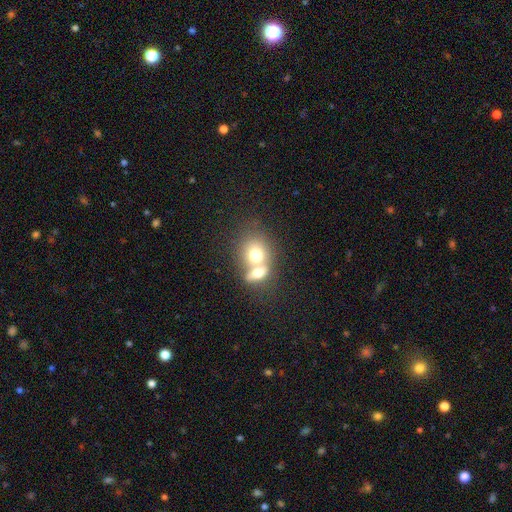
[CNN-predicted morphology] smooth 69%, featured or disk 22%, star or artifact 9%. Down the decision tree: how rounded — round (56%); merging — merger (68%).